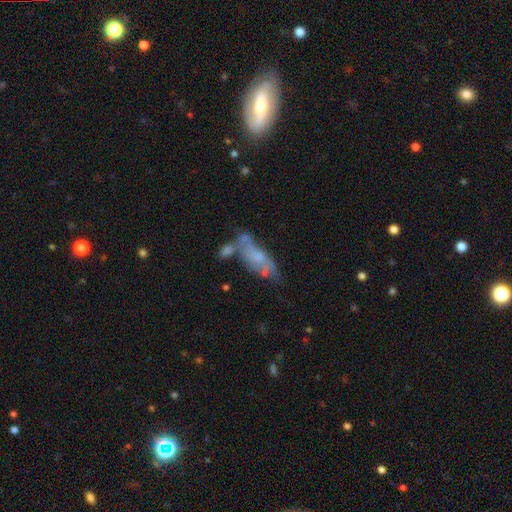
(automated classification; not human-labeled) A featured or disk galaxy (50%).

Vote fractions:
- Smooth or featured? featured or disk: 50% / smooth: 40% / star or artifact: 10%
- Edge-on disk? no: 76% / yes: 24%
- Merging? none: 37% / merger: 26% / minor disturbance: 21% / major disturbance: 15%